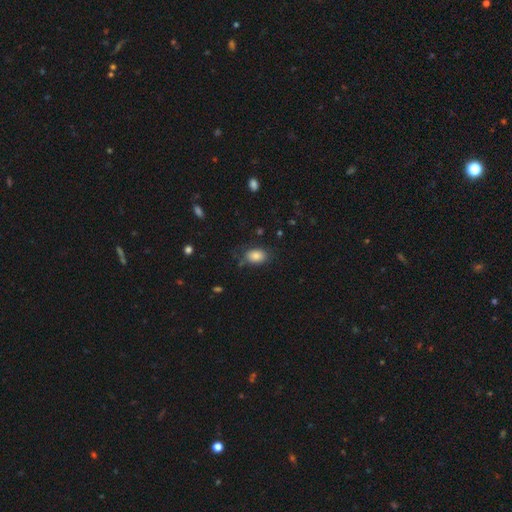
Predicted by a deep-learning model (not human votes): Smooth or featured?
  - smooth: 84% *
  - star or artifact: 9%
  - featured or disk: 7%
How rounded?
  - in between: 83% *
  - round: 16%
  - cigar-shaped: 1%
Merging?
  - none: 76% *
  - minor disturbance: 17%
  - major disturbance: 5%
  - merger: 3%